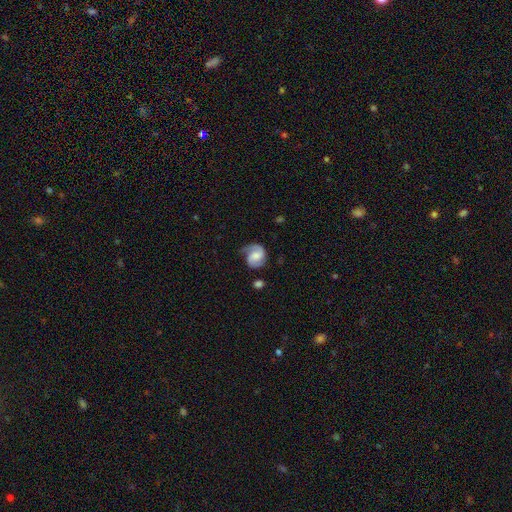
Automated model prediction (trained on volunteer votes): Overall: featured or disk (73%). Edge-on disk: no (98%). Bar: no (45%; weak 43%). Spiral arms: yes (95%). Spiral arm count: 2 (80%). Spiral winding: medium (47%; tight 33%). Bulge size: moderate (43%; small 30%). Merging: none (65%).